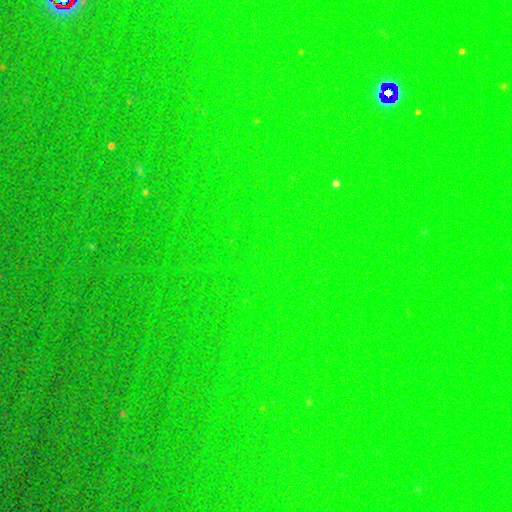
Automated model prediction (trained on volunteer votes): A star or artifact, not a galaxy (79%).

Vote fractions:
- Smooth or featured? star or artifact: 79% / smooth: 13% / featured or disk: 8%